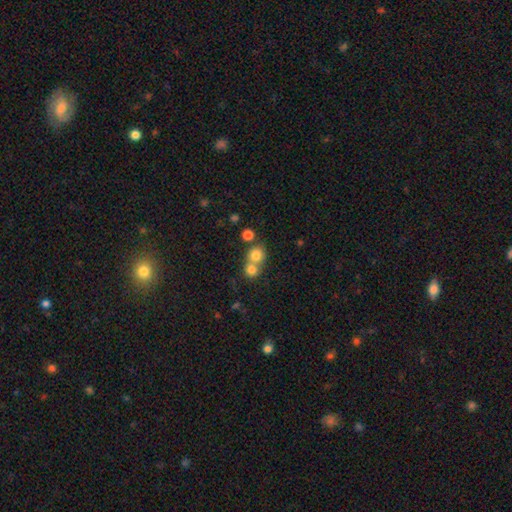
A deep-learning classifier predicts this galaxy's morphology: A smooth galaxy with no disk features (77%) that is round (86%).

Vote fractions:
- Smooth or featured? smooth: 77% / star or artifact: 12% / featured or disk: 11%
- How rounded? round: 86% / in between: 13% / cigar-shaped: 1%
- Merging? merger: 51% / none: 42% / minor disturbance: 5% / major disturbance: 2%